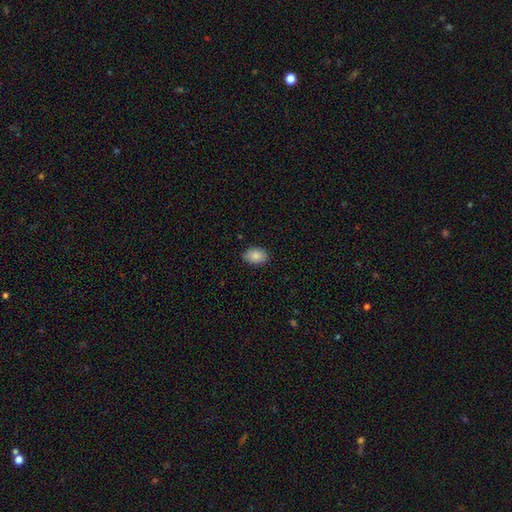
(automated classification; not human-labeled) A smooth galaxy with no disk features (87%) that is in between round and cigar-shaped (86%).

Vote fractions:
- Smooth or featured? smooth: 87% / star or artifact: 7% / featured or disk: 6%
- How rounded? in between: 86% / round: 13% / cigar-shaped: 1%
- Merging? none: 85% / minor disturbance: 12% / major disturbance: 2% / merger: 1%